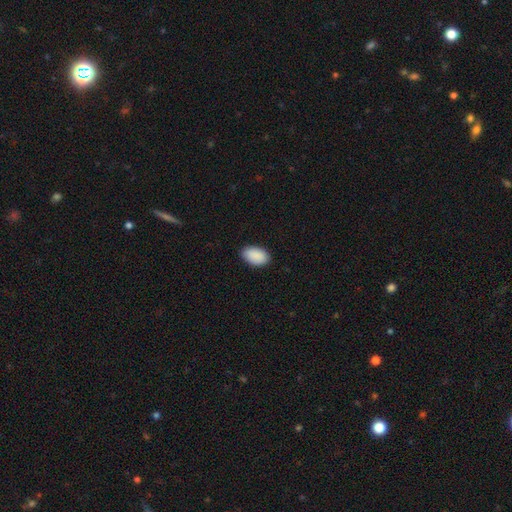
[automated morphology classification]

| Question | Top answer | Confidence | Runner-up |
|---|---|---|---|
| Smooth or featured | smooth | 91% | star or artifact (6%) |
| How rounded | in between | 94% | round (4%) |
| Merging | none | 87% | minor disturbance (10%) |